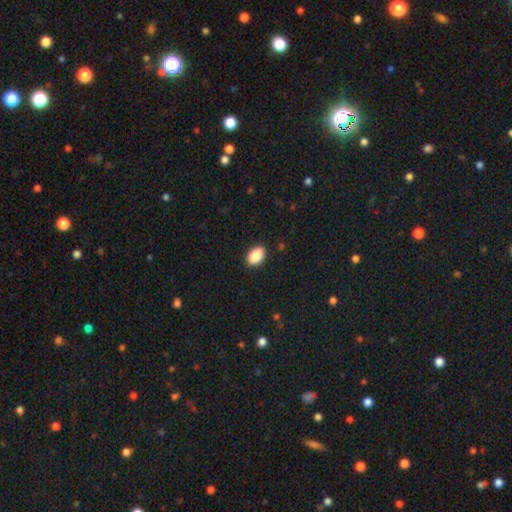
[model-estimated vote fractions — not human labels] Q: Smooth or featured?
A: smooth (89%); runner-up: star or artifact (7%)
Q: How rounded?
A: in between (90%); runner-up: round (9%)
Q: Merging?
A: none (90%); runner-up: minor disturbance (7%)